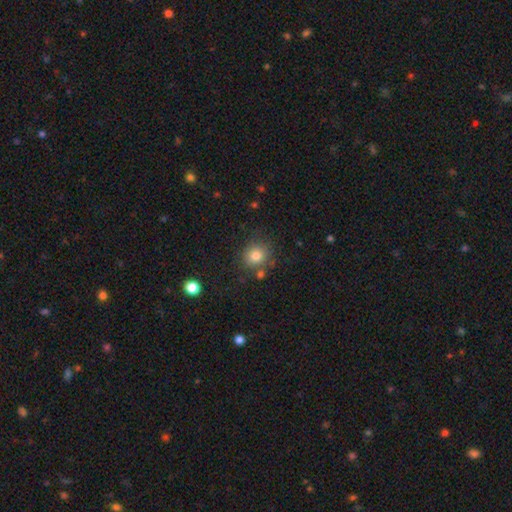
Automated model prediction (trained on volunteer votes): smooth_or_featured: smooth (p=0.80) [alt: star or artifact p=0.12]
how_rounded: round (p=0.83) [alt: in between p=0.16]
merging: none (p=0.78) [alt: minor disturbance p=0.11]